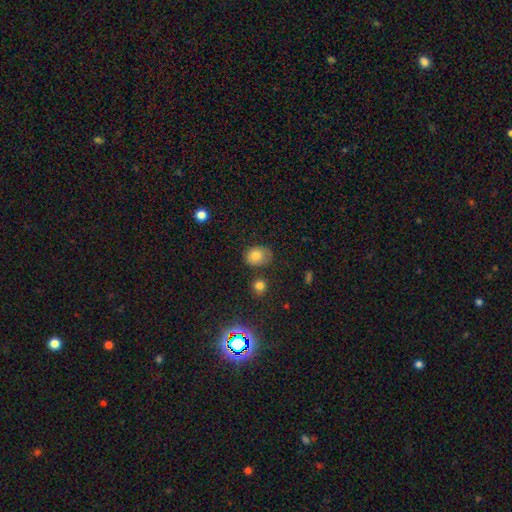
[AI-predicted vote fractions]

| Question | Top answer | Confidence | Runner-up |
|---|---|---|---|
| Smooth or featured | smooth | 79% | featured or disk (11%) |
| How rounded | in between | 60% | round (39%) |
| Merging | none | 63% | minor disturbance (25%) |